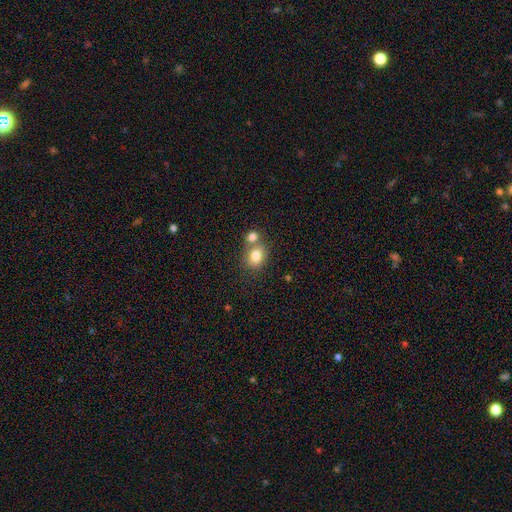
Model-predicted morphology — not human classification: The model was most divided on "merging": none: 50%, merger: 37%, minor disturbance: 9%, major disturbance: 3%. More confident: smooth or featured — smooth (81%); how rounded — round (56%).